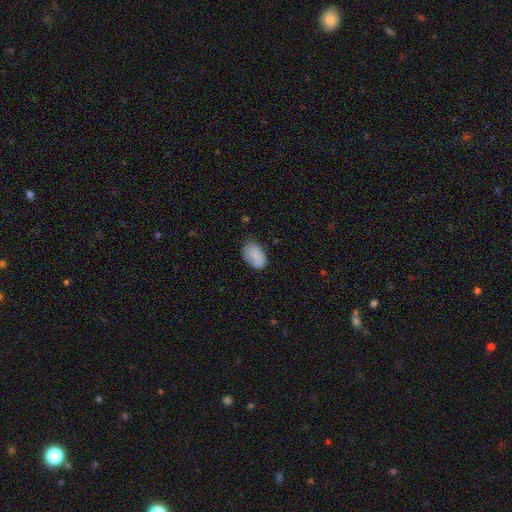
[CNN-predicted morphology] A smooth galaxy with no disk features (87%) that is in between round and cigar-shaped (91%).

Vote fractions:
- Smooth or featured? smooth: 87% / star or artifact: 7% / featured or disk: 6%
- How rounded? in between: 91% / round: 7% / cigar-shaped: 1%
- Merging? none: 74% / minor disturbance: 21% / major disturbance: 4% / merger: 1%